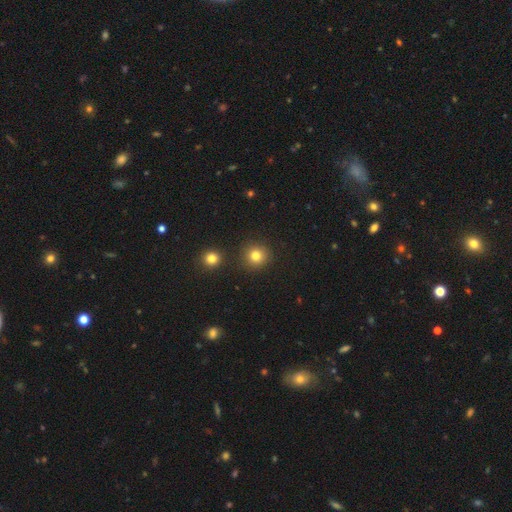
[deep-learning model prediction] Morphology: type=smooth (80%); roundness=round (93%); merging=none (88%).